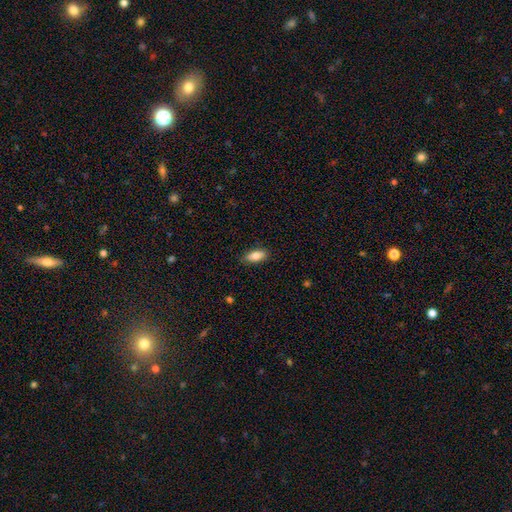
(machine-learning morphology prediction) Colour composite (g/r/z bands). It shows a smooth galaxy with no disk features (79%) that is in between round and cigar-shaped (84%). Merging: none (85%).